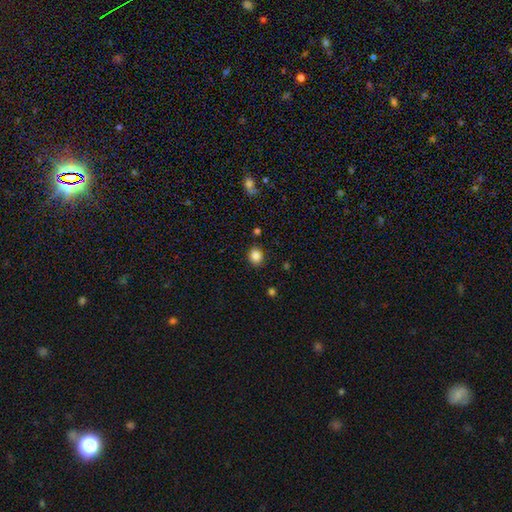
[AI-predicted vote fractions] smooth-or-featured: smooth: 86% | star or artifact: 10% | featured or disk: 4%
  how-rounded: round: 68% | in between: 31% | cigar-shaped: 1%
  merging: none: 87% | minor disturbance: 8% | major disturbance: 2% | merger: 2%